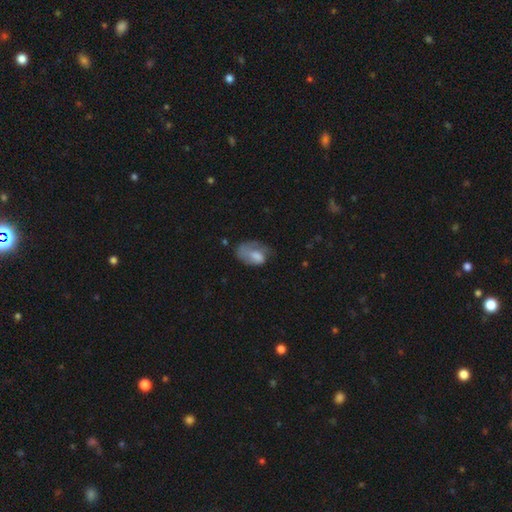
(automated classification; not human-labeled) Morphology: type=smooth (54%); roundness=in between (86%); merging=none (36%).